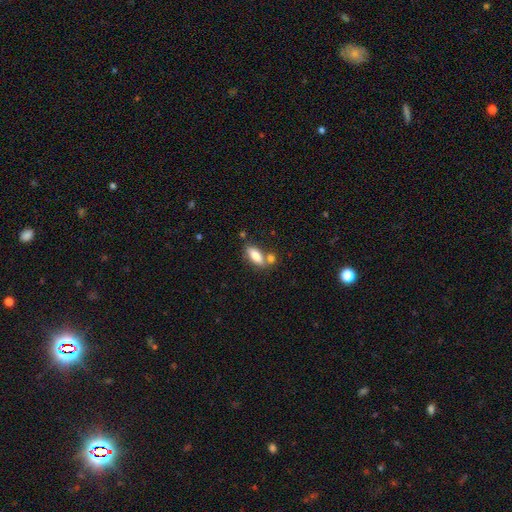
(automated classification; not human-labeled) Smooth or featured?
  - smooth: 80% *
  - featured or disk: 13%
  - star or artifact: 7%
How rounded?
  - in between: 76% *
  - cigar-shaped: 21%
  - round: 3%
Merging?
  - none: 58% *
  - merger: 25%
  - minor disturbance: 13%
  - major disturbance: 4%